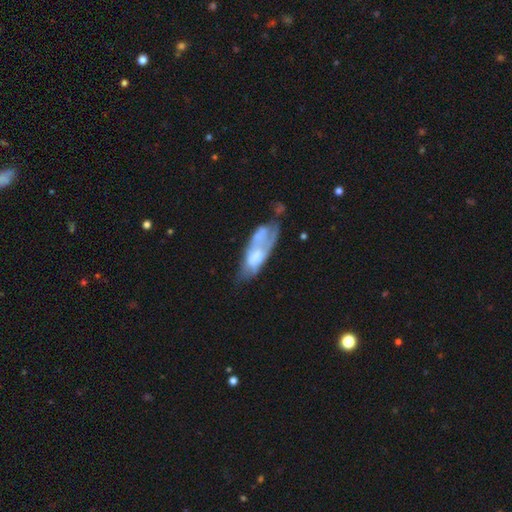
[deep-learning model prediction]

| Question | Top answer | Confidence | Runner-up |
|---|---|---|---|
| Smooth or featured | featured or disk | 56% | smooth (36%) |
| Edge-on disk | no | 82% | yes (18%) |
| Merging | none | 33% | major disturbance (27%) |